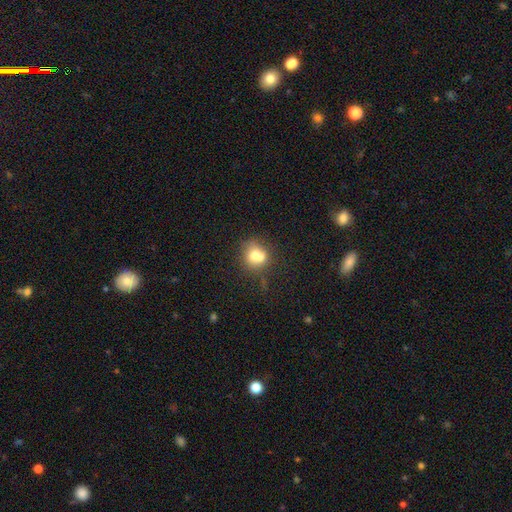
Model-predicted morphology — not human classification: type=smooth (68%); roundness=round (82%); merging=merger (43%).